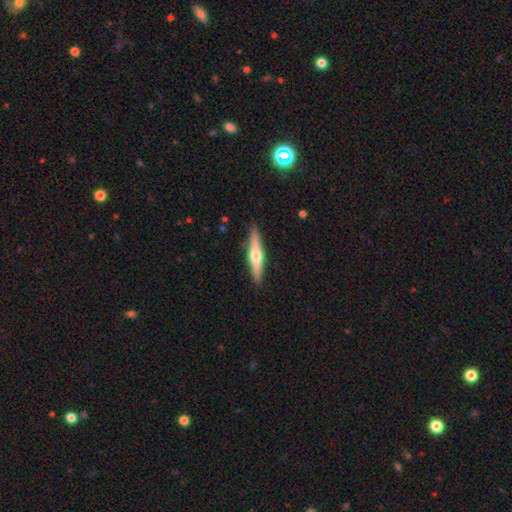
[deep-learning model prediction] The model was most divided on "smooth or featured": featured or disk: 59%, smooth: 35%, star or artifact: 5%. More confident: edge-on disk — yes (96%); edge-on bulge — rounded (92%); merging — none (89%).